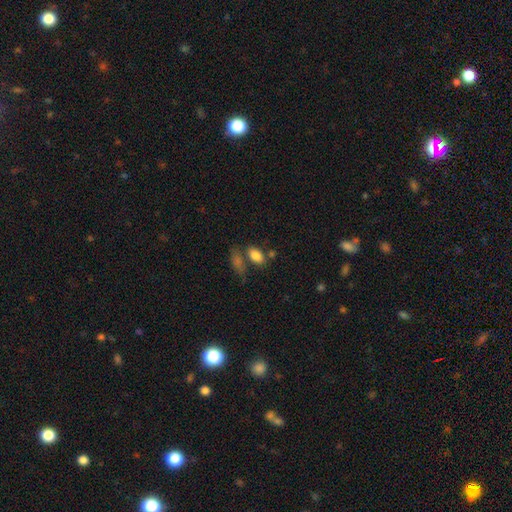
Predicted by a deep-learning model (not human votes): The model was most divided on "merging": none: 59%, merger: 22%, minor disturbance: 14%, major disturbance: 5%. More confident: how rounded — in between (89%); smooth or featured — smooth (84%).